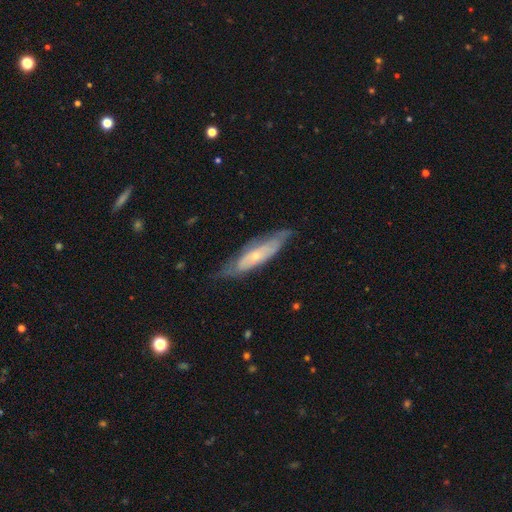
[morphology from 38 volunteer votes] Overall: featured or disk (61%; smooth 37%). Edge-on disk: no (70%; yes 30%). Bar: no (94%). Spiral arms: no (62%; yes 38%). Bulge size: small (88%). Merging: none (49%; minor disturbance 38%).